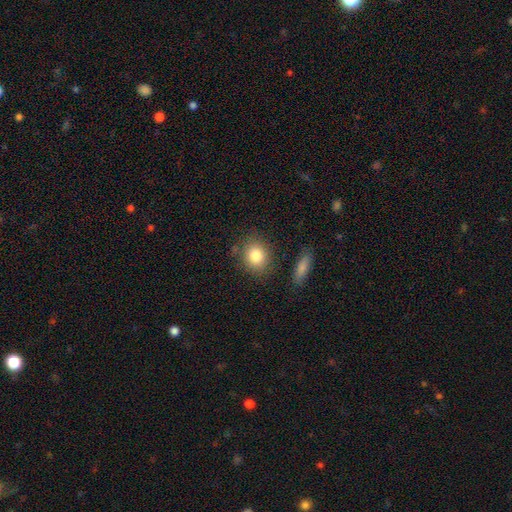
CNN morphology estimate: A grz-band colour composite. It shows a smooth galaxy with no disk features (83%) that is round (63%). Merging: none (81%).